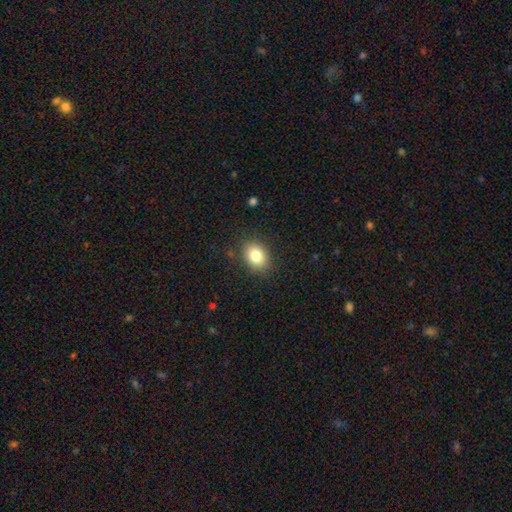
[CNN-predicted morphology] A smooth galaxy with no disk features (82%) that is in between round and cigar-shaped (63%). Merging: none (86%).